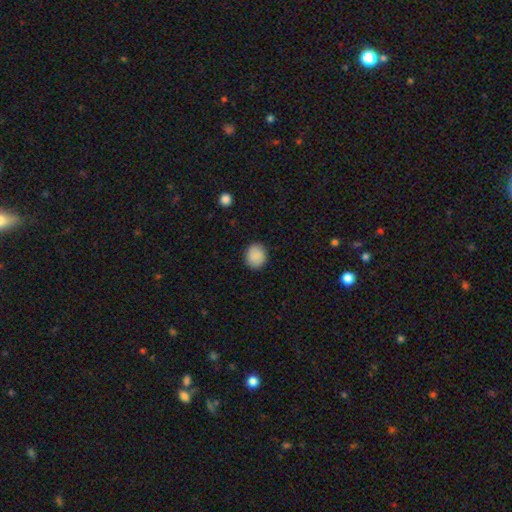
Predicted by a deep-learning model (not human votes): Morphology: type=smooth (89%); roundness=round (71%); merging=none (89%).